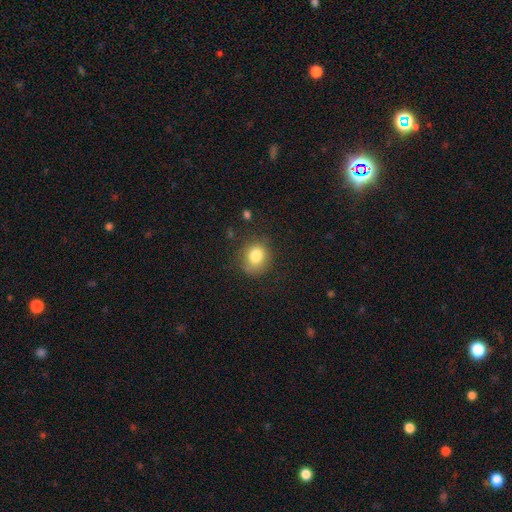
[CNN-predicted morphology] smooth 81%, star or artifact 10%, featured or disk 8%. Down the decision tree: how rounded — round (76%); merging — none (74%).